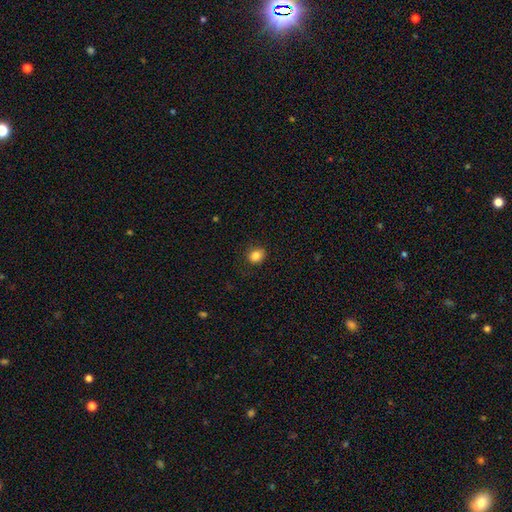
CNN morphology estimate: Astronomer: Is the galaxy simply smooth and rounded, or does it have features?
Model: smooth — 85%.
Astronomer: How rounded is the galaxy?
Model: round — 66%.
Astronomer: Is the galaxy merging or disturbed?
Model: none — 84%.